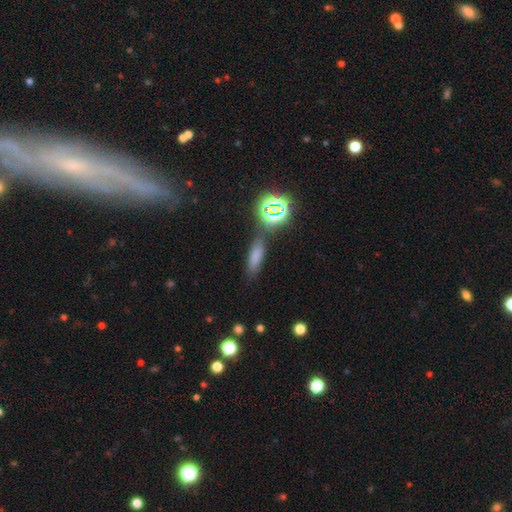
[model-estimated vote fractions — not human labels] Q: Smooth or featured?
A: smooth (68%); runner-up: star or artifact (22%)
Q: How rounded?
A: cigar-shaped (52%); runner-up: in between (42%)
Q: Merging?
A: none (73%); runner-up: minor disturbance (13%)